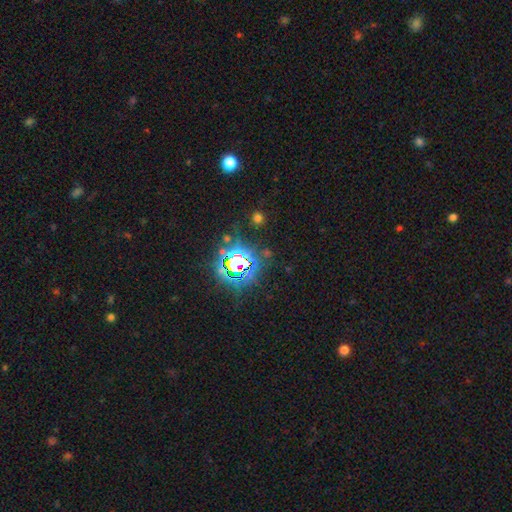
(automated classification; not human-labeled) This appears to be a star or artifact, not a galaxy (81%).